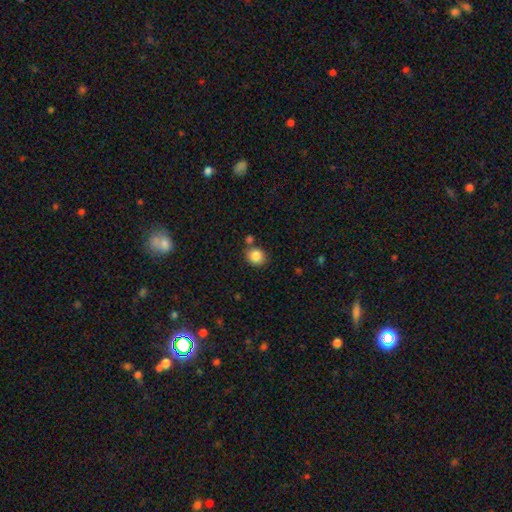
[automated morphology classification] Overall: smooth (86%). How rounded: round (78%). Merging: none (72%).